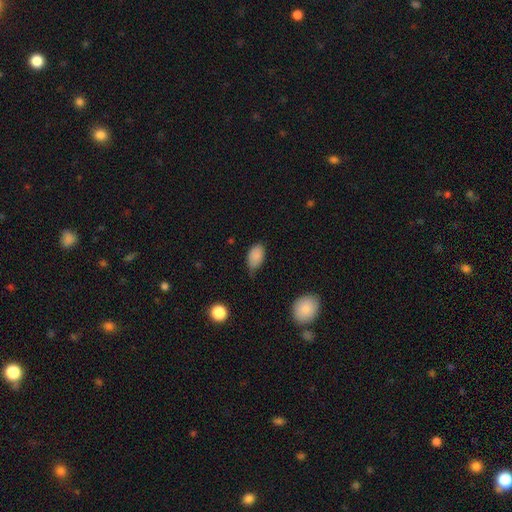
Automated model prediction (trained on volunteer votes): This is clearly a smooth galaxy (86%). How rounded: clearly in between (90%). Merging: possibly none (46%).